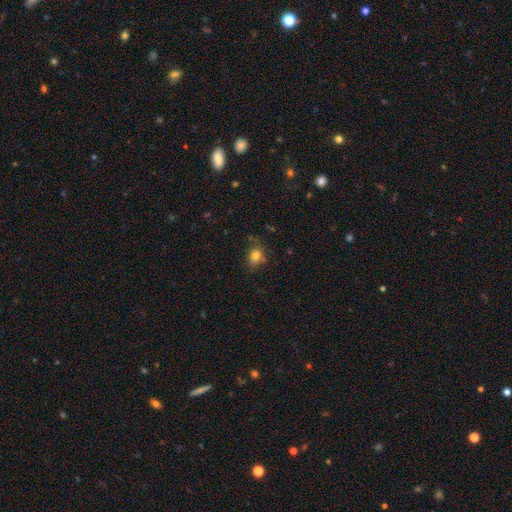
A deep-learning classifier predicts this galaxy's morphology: A smooth galaxy with no disk features (79%) that is in between round and cigar-shaped (49%, tied with round).

Vote fractions:
- Smooth or featured? smooth: 79% / star or artifact: 12% / featured or disk: 8%
- How rounded? in between: 49% (tied) / round: 49% (tied) / cigar-shaped: 1%
- Merging? none: 72% / minor disturbance: 20% / major disturbance: 5% / merger: 4%